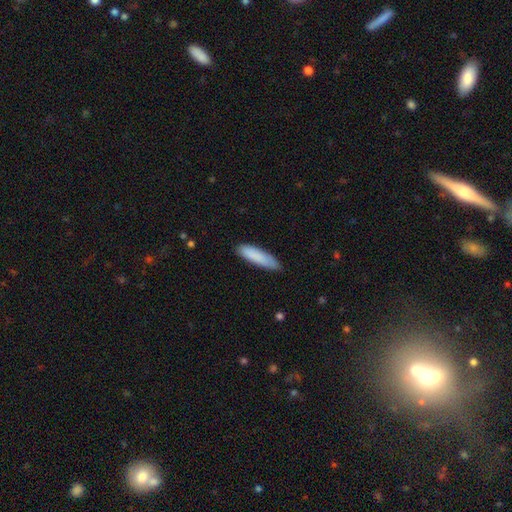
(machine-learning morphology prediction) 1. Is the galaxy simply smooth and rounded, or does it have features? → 86% smooth, 8% featured or disk, 6% star or artifact.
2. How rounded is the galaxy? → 69% cigar-shaped, 30% in between, 1% round.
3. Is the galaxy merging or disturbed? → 80% none, 16% minor disturbance, 2% major disturbance, 1% merger.